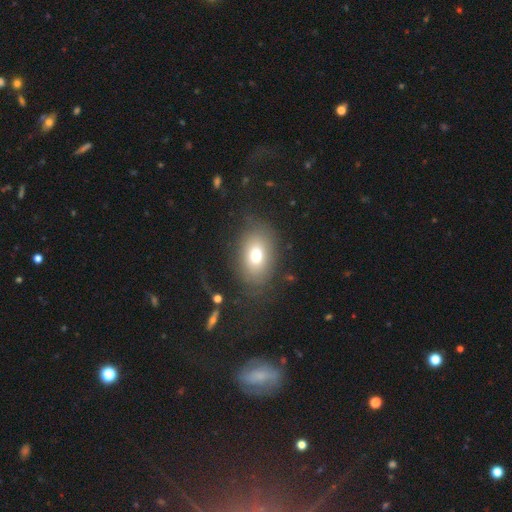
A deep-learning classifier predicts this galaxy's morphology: type=smooth (72%); roundness=in between (79%); merging=none (73%).